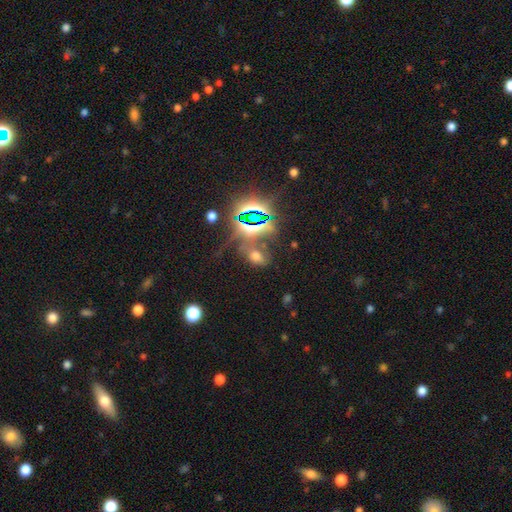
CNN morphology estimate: This appears to be a star or artifact, not a galaxy (45%).